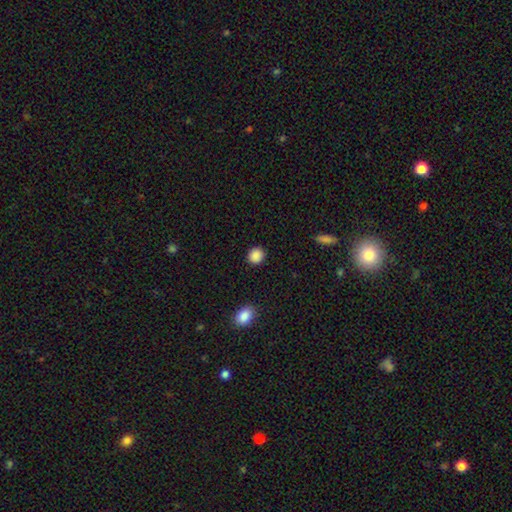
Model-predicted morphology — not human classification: Smooth or featured?
  - smooth: 89% *
  - star or artifact: 9%
  - featured or disk: 2%
How rounded?
  - round: 81% *
  - in between: 17%
  - cigar-shaped: 1%
Merging?
  - none: 91% *
  - minor disturbance: 6%
  - major disturbance: 2%
  - merger: 1%